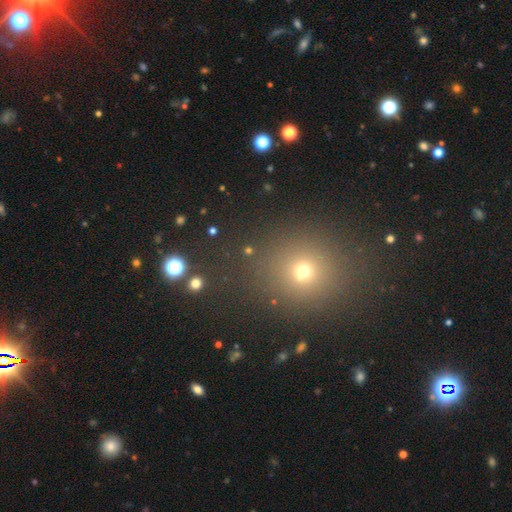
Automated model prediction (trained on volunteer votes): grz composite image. It shows a smooth galaxy with no disk features (53%) that is round (76%). Merging: none (88%).